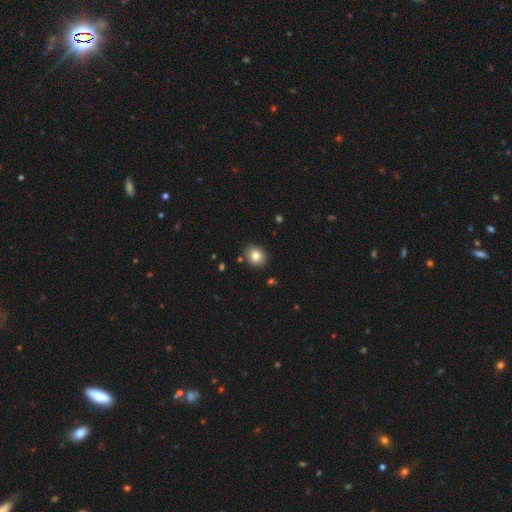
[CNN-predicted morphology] Smooth or featured? Predicted: smooth (p=0.81). How rounded? Predicted: round (p=0.67). Merging? Predicted: none (p=0.88).